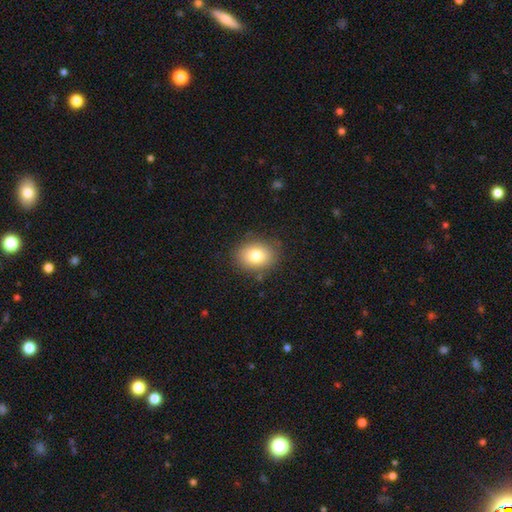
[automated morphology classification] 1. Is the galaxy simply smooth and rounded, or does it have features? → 80% smooth, 11% featured or disk, 10% star or artifact.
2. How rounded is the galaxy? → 55% in between, 44% round, 1% cigar-shaped.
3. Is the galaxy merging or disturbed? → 84% none, 11% minor disturbance, 3% major disturbance, 1% merger.